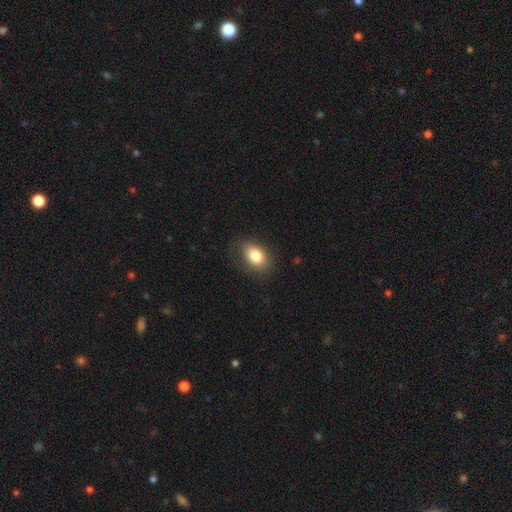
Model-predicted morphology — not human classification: A smooth galaxy with no disk features (81%) that is in between round and cigar-shaped (76%).

Vote fractions:
- Smooth or featured? smooth: 81% / featured or disk: 10% / star or artifact: 9%
- How rounded? in between: 76% / round: 23% / cigar-shaped: 1%
- Merging? none: 75% / minor disturbance: 17% / major disturbance: 6% / merger: 1%